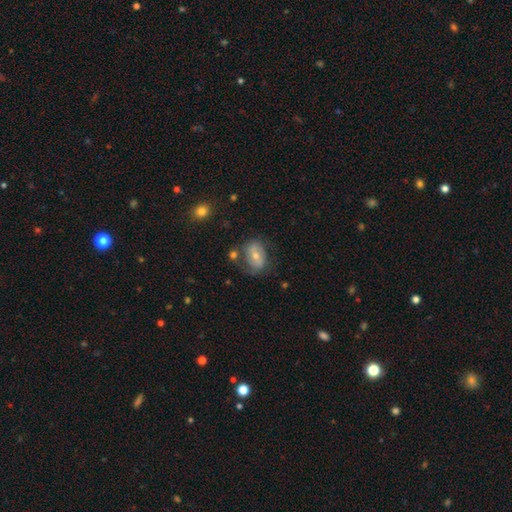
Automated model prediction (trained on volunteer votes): Q: Smooth or featured?
A: featured or disk (48%); runner-up: smooth (44%)
Q: Merging?
A: none (54%); runner-up: minor disturbance (24%)